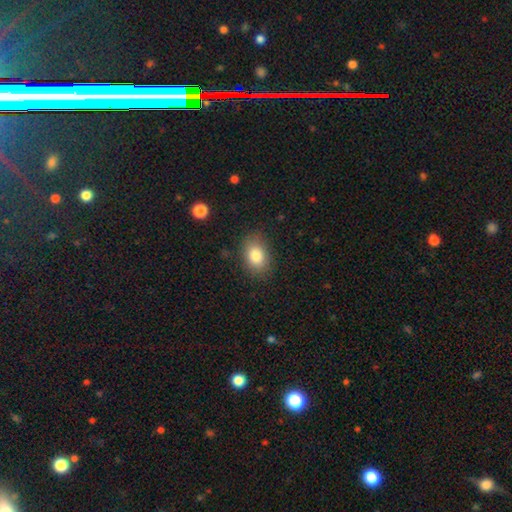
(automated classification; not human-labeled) smooth-or-featured: smooth: 83% | star or artifact: 9% | featured or disk: 8%
  how-rounded: in between: 79% | round: 19% | cigar-shaped: 1%
  merging: none: 83% | minor disturbance: 12% | major disturbance: 4% | merger: 1%